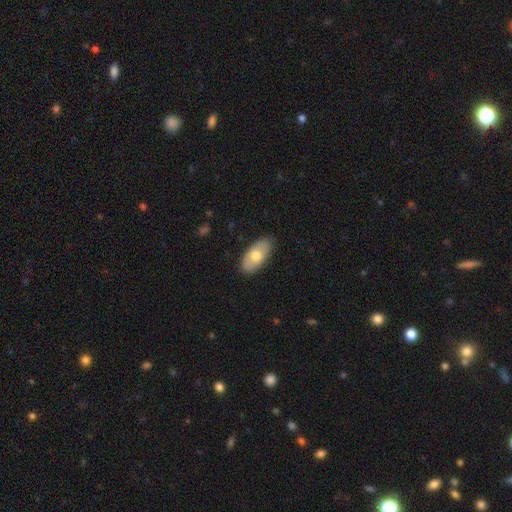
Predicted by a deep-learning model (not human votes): A smooth galaxy with no disk features (64%) that is in between round and cigar-shaped (93%). Merging: none (83%).